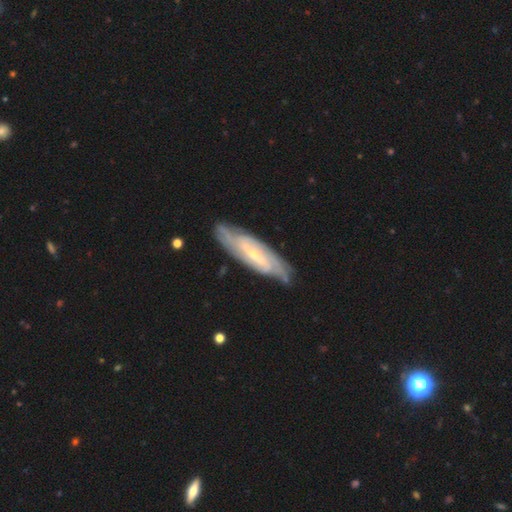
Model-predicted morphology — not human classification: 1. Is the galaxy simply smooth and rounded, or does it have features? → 78% featured or disk, 16% smooth, 6% star or artifact.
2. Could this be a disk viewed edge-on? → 76% no, 24% yes.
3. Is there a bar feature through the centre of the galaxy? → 40% weak, 39% no, 21% strong.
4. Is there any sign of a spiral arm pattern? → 91% yes, 9% no.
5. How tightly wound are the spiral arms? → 61% tight, 30% medium, 9% loose.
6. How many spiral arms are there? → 42% can't tell, 33% 2, 10% 3, 7% 4, 4% more than 4, 4% 1.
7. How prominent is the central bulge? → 72% small, 23% moderate, 3% none, 1% large, 1% dominant.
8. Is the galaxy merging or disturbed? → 82% none, 14% minor disturbance, 3% major disturbance, 1% merger.